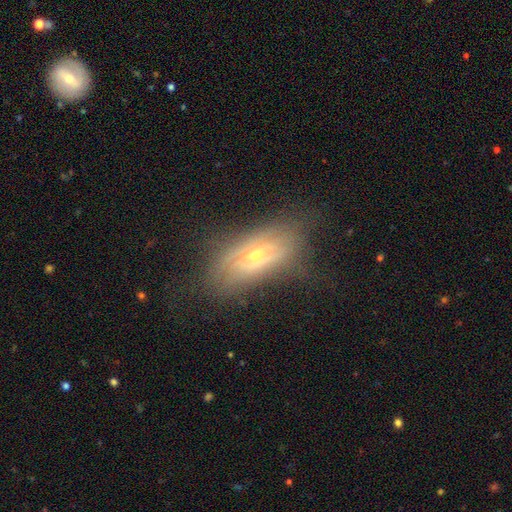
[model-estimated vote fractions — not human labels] Overall: featured or disk (53%; smooth 36%). Edge-on disk: no (66%; yes 34%). Merging: none (62%; minor disturbance 24%).